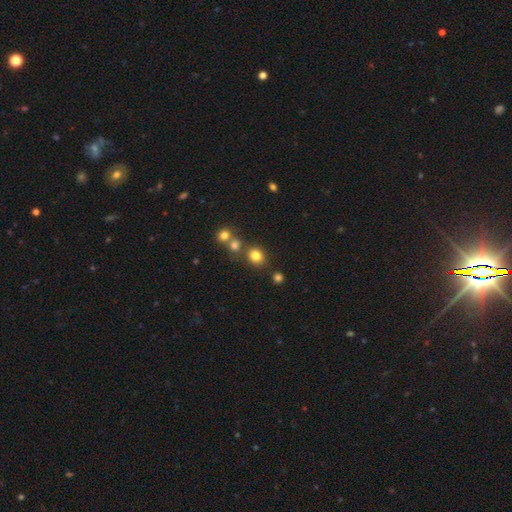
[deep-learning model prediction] A smooth galaxy with no disk features (79%) that is round (78%). Merging: none (72%).